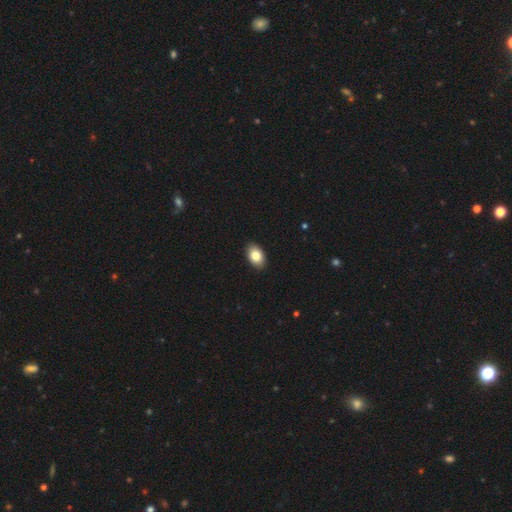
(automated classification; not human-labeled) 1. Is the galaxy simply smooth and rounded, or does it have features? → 83% smooth, 10% featured or disk, 7% star or artifact.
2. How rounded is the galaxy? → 90% in between, 9% round, 1% cigar-shaped.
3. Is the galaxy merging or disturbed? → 90% none, 8% minor disturbance, 2% major disturbance, 1% merger.